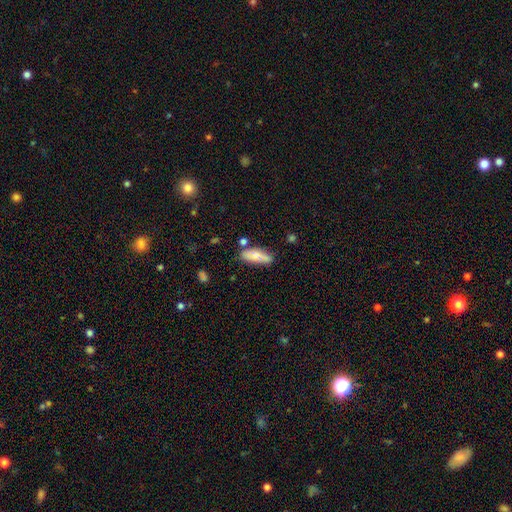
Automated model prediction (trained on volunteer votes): smooth_or_featured: smooth (p=0.71) [alt: featured or disk p=0.23]
how_rounded: in between (p=0.60) [alt: cigar-shaped p=0.37]
merging: none (p=0.66) [alt: minor disturbance p=0.20]